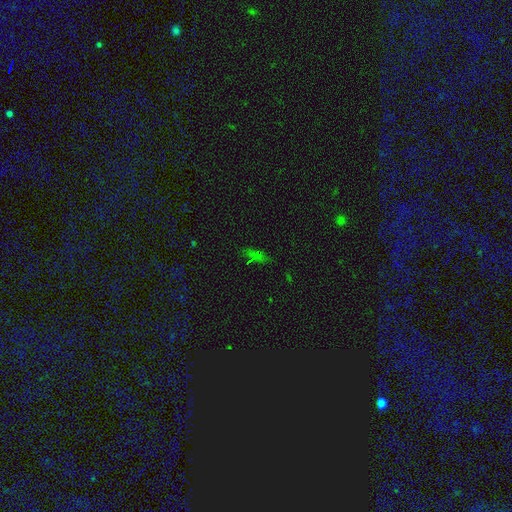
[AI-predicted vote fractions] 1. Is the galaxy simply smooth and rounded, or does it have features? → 49% star or artifact, 38% smooth, 12% featured or disk.